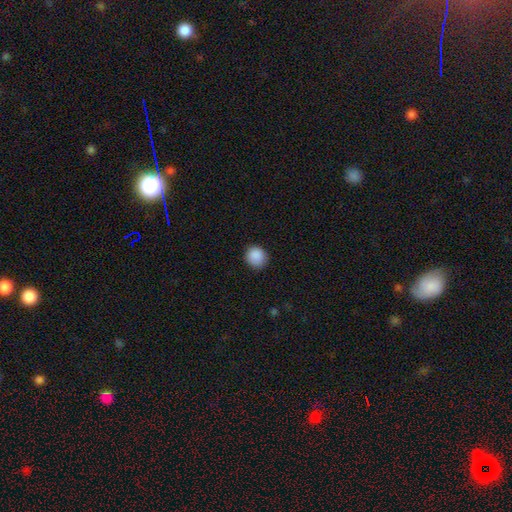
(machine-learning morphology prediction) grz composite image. It shows a smooth galaxy with no disk features (89%) that is round (88%). Merging: none (87%).